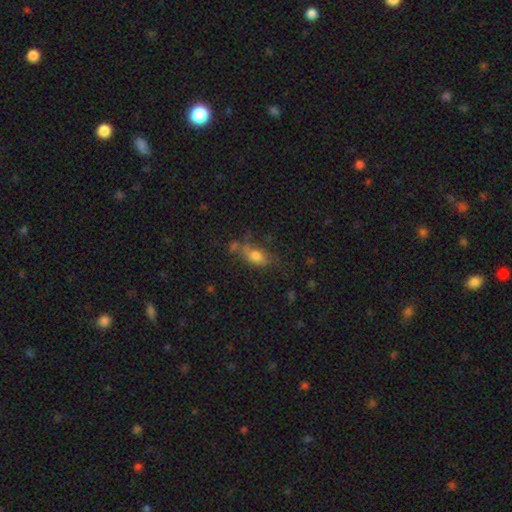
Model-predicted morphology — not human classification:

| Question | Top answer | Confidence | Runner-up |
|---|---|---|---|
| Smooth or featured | smooth | 71% | featured or disk (17%) |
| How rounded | in between | 77% | cigar-shaped (13%) |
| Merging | none | 51% | minor disturbance (24%) |